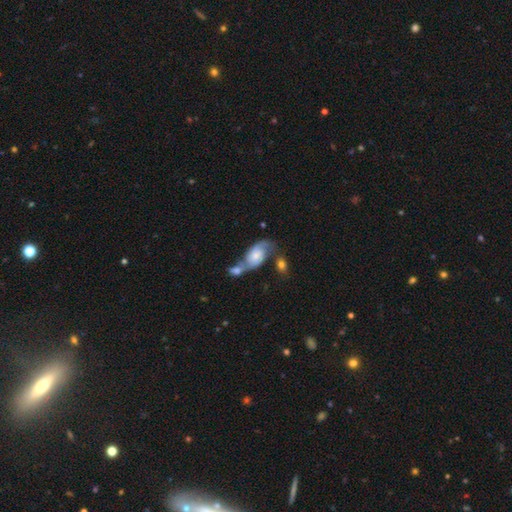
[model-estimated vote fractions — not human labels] A featured or disk galaxy (59%) with no bar (69%), spiral arms (88%) and a small central bulge (37%). Merging: merger (51%).